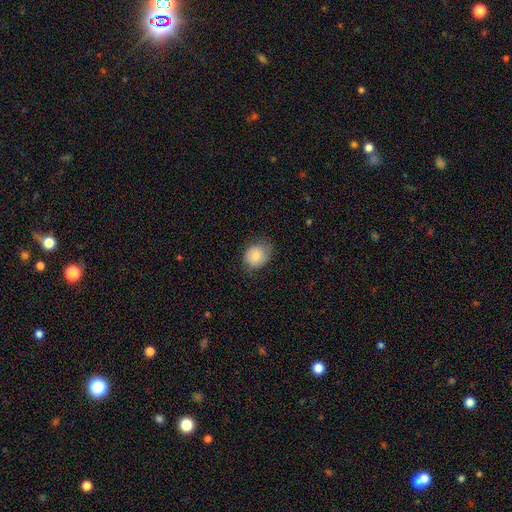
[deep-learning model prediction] A smooth galaxy with no disk features (82%) that is round (61%). Merging: none (72%).